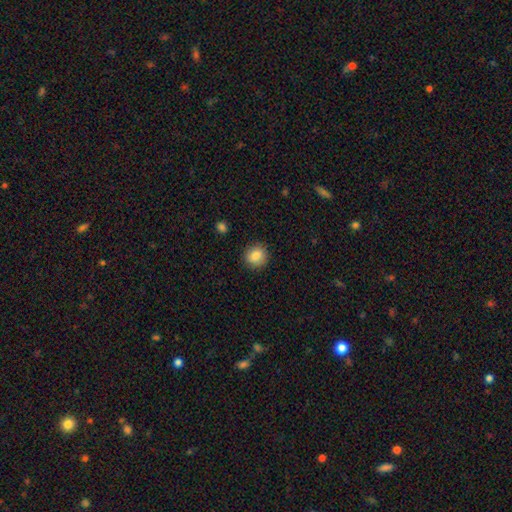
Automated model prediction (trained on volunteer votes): A smooth galaxy with no disk features (85%) that is round (87%).

Vote fractions:
- Smooth or featured? smooth: 85% / star or artifact: 9% / featured or disk: 6%
- How rounded? round: 87% / in between: 12% / cigar-shaped: 1%
- Merging? none: 89% / minor disturbance: 8% / major disturbance: 2% / merger: 1%